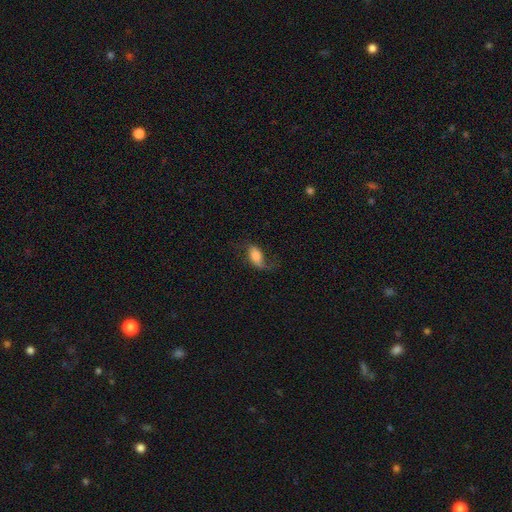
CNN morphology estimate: This appears to be a smooth galaxy with no disk features (49%). Merging: none (50%).